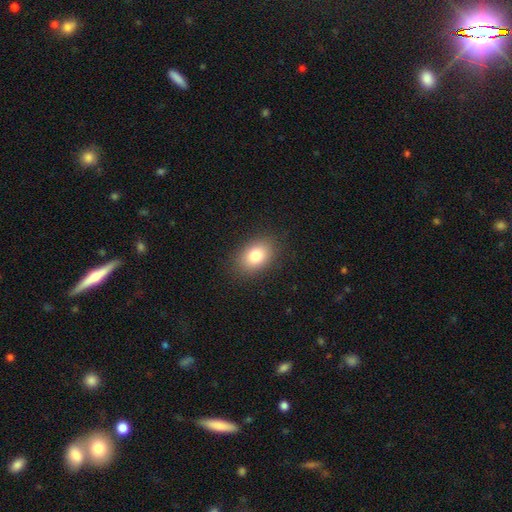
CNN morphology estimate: Smooth or featured: smooth — 81% (star or artifact — 10%)
How rounded: in between — 78% (round — 21%)
Merging: none — 87% (minor disturbance — 9%)